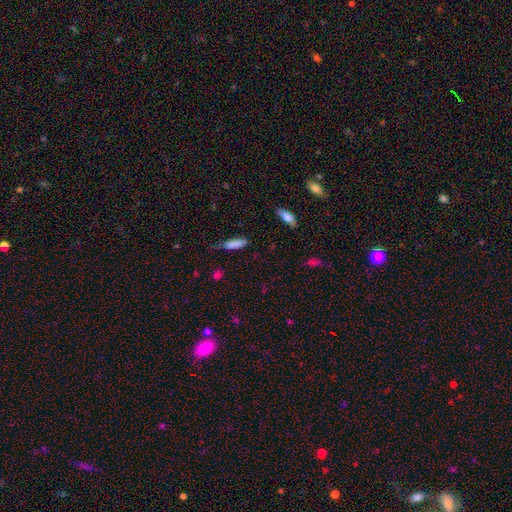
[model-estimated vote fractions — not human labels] This appears to be a smooth galaxy with no disk features (78%) that is cigar-shaped (62%). Merging: none (65%).